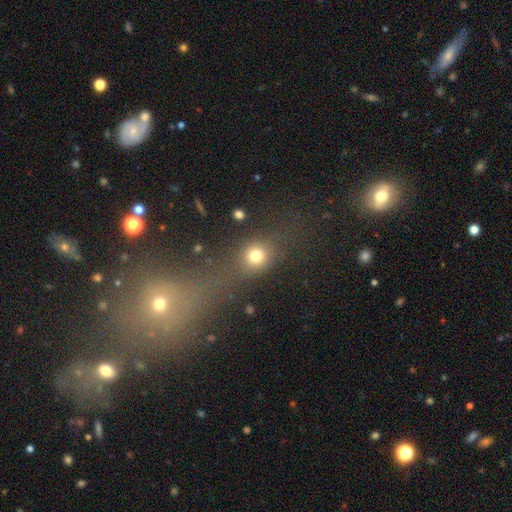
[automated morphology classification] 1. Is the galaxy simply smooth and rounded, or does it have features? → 74% smooth, 16% star or artifact, 10% featured or disk.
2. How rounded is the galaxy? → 68% round, 28% in between, 5% cigar-shaped.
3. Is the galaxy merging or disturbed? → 52% none, 25% merger, 12% minor disturbance, 11% major disturbance.